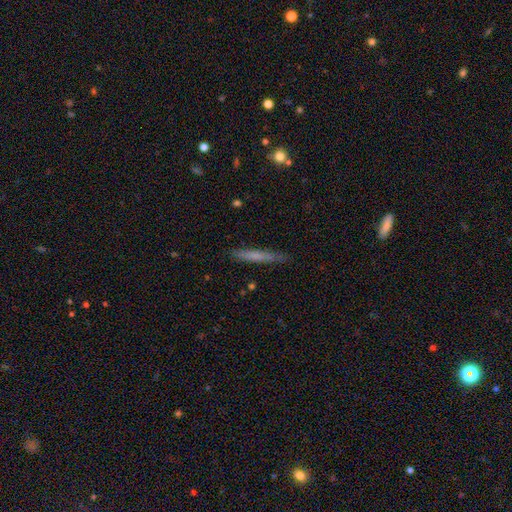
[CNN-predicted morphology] smooth_or_featured: smooth (p=0.61) [alt: featured or disk p=0.33]
how_rounded: cigar-shaped (p=0.95) [alt: in between p=0.04]
merging: none (p=0.84) [alt: minor disturbance p=0.12]